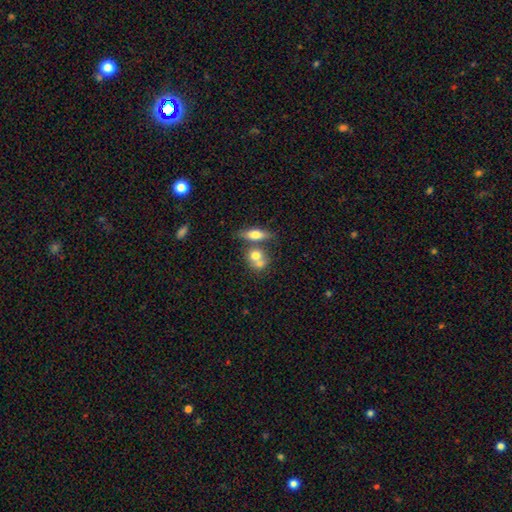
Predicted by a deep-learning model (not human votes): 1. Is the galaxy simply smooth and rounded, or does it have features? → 70% smooth, 22% featured or disk, 9% star or artifact.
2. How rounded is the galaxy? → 57% round, 38% in between, 5% cigar-shaped.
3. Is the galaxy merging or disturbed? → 55% merger, 33% none, 8% minor disturbance, 4% major disturbance.